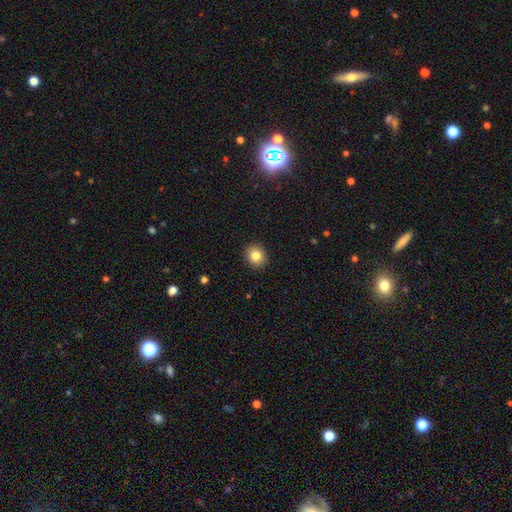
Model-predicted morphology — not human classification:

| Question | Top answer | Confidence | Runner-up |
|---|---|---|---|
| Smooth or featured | smooth | 83% | star or artifact (10%) |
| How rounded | round | 79% | in between (20%) |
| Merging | none | 92% | minor disturbance (6%) |